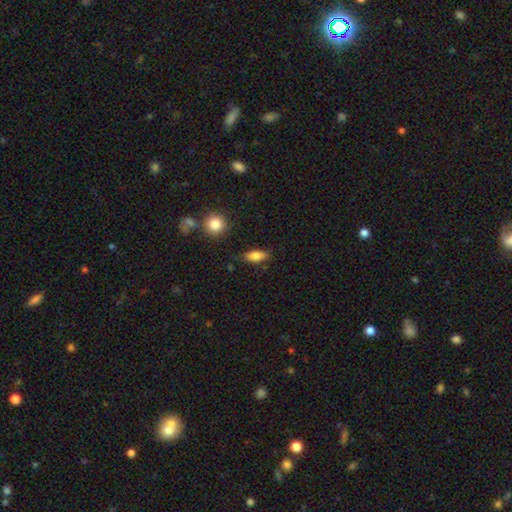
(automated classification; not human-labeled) Morphology: type=smooth (80%); roundness=in between (79%); merging=none (77%).